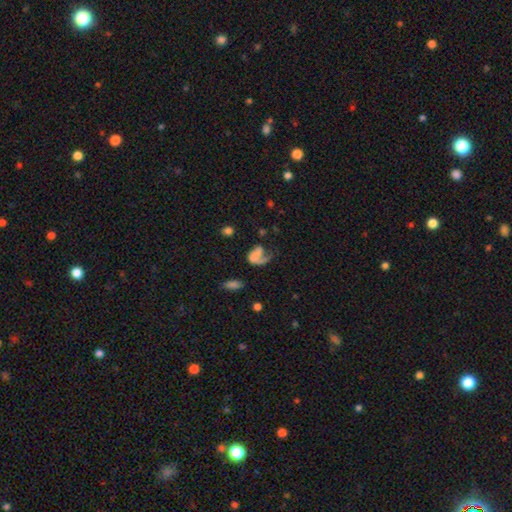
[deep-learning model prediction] smooth_or_featured: featured or disk (p=0.49) [alt: smooth p=0.40]
merging: major disturbance (p=0.49) [alt: none p=0.29]